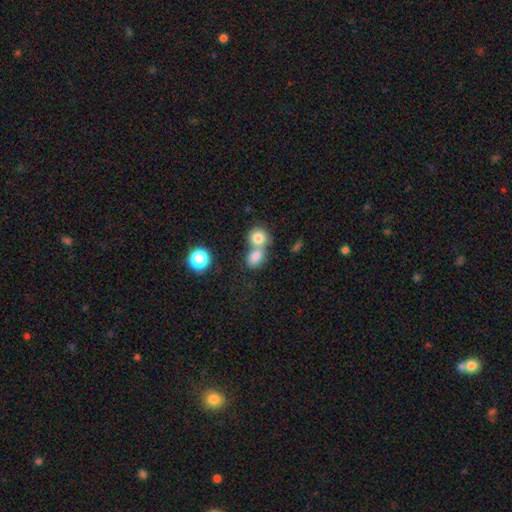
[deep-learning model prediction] This appears to be a smooth galaxy with no disk features (79%) that is round (61%). Merging: merger (59%).